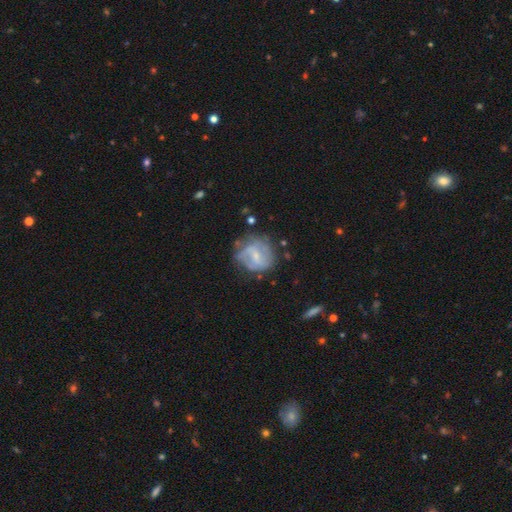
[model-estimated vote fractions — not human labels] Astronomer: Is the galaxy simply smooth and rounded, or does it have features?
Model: featured or disk — 63%.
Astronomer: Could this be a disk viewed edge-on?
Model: no — 97%.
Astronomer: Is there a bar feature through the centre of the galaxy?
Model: weak — 45% (runner-up: no, 44%).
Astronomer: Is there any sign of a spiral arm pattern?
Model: yes — 67%.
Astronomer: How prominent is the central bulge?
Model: small — 66%.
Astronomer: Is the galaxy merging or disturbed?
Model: none — 57%.